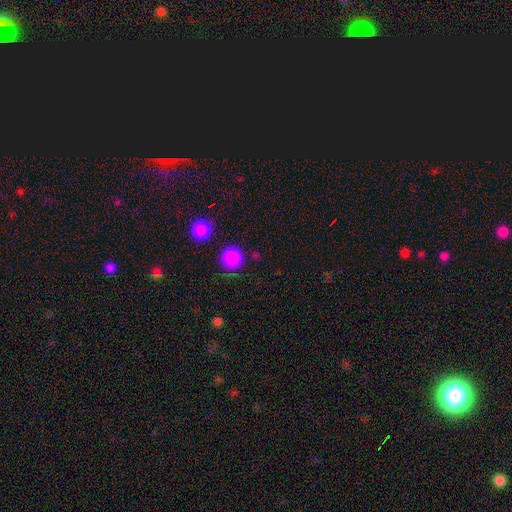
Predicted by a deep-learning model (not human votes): Smooth or featured: smooth — 83% (star or artifact — 13%)
How rounded: round — 93% (in between — 6%)
Merging: none — 85% (minor disturbance — 8%)